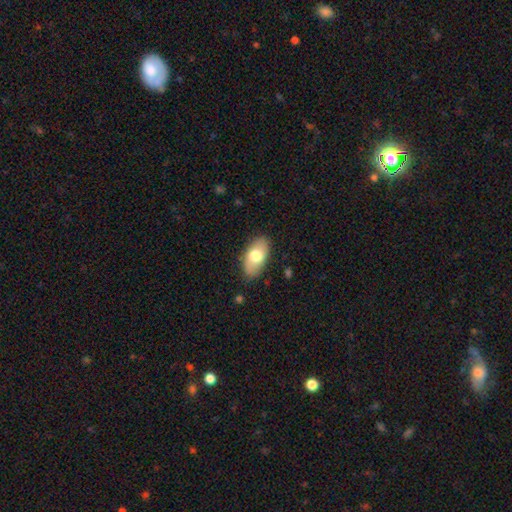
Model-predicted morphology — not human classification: This appears to be a smooth galaxy with no disk features (70%) that is in between round and cigar-shaped (93%). Merging: none (84%).